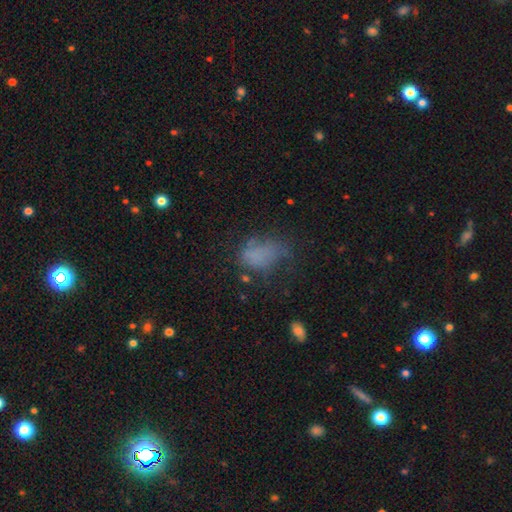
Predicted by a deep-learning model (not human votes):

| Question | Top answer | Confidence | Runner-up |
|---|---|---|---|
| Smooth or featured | smooth | 59% | featured or disk (23%) |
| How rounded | in between | 84% | round (14%) |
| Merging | major disturbance | 37% | none (32%) |